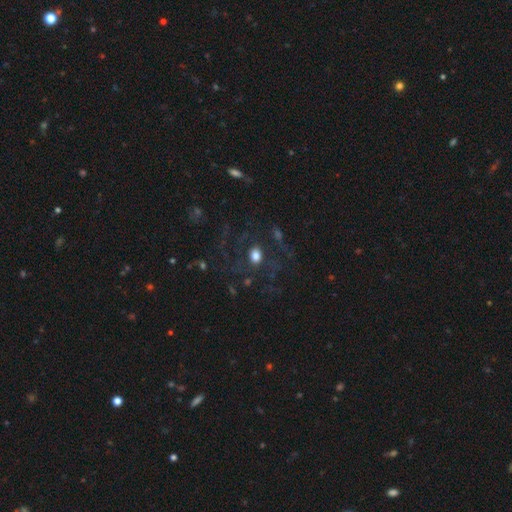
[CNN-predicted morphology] smooth_or_featured: smooth (p=0.45) [alt: featured or disk p=0.37]
merging: none (p=0.61) [alt: major disturbance p=0.21]